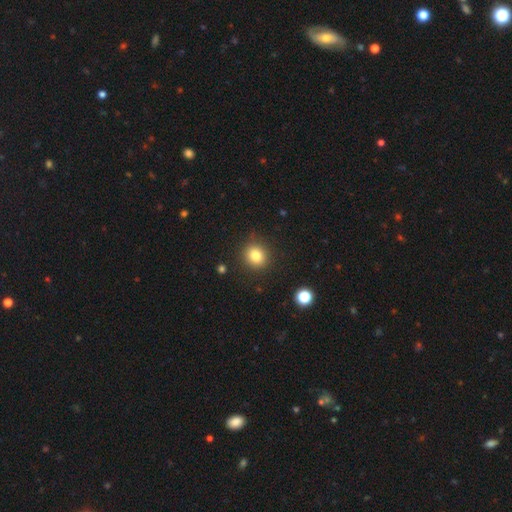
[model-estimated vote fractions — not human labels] The model was most divided on "how rounded": round: 83%, in between: 16%, cigar-shaped: 1%. More confident: merging — none (87%); smooth or featured — smooth (82%).